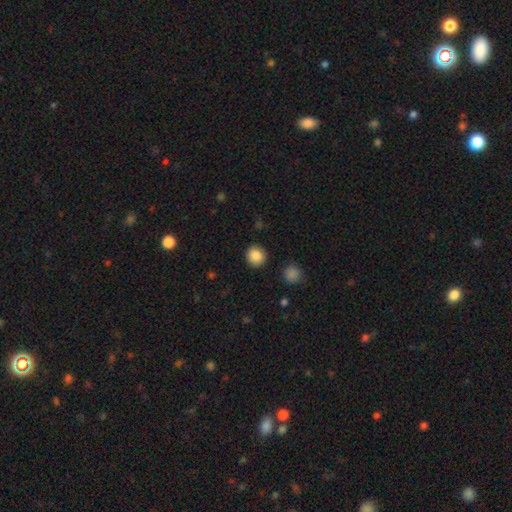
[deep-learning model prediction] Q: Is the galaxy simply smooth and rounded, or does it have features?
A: smooth — 87%.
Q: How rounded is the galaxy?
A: round — 89%.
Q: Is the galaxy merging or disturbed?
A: none — 90%.